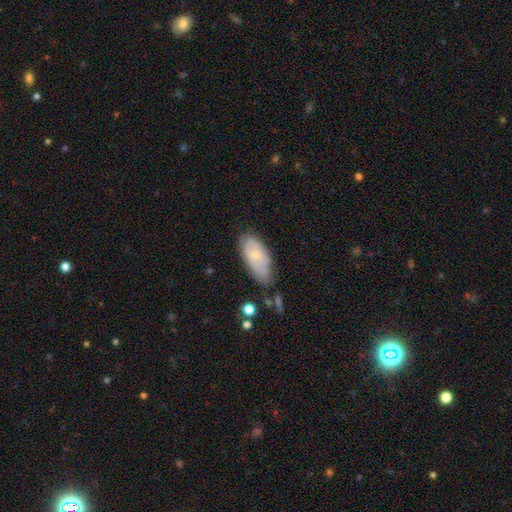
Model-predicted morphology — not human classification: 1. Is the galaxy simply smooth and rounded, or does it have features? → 65% smooth, 28% featured or disk, 7% star or artifact.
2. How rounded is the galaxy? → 89% in between, 9% cigar-shaped, 2% round.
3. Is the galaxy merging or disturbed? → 57% none, 31% minor disturbance, 8% major disturbance, 5% merger.